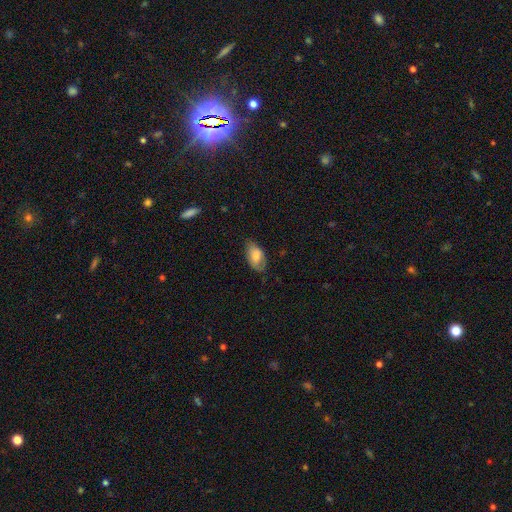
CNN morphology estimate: smooth_or_featured: smooth (p=0.75) [alt: featured or disk p=0.18]
how_rounded: in between (p=0.93) [alt: round p=0.05]
merging: none (p=0.66) [alt: minor disturbance p=0.26]